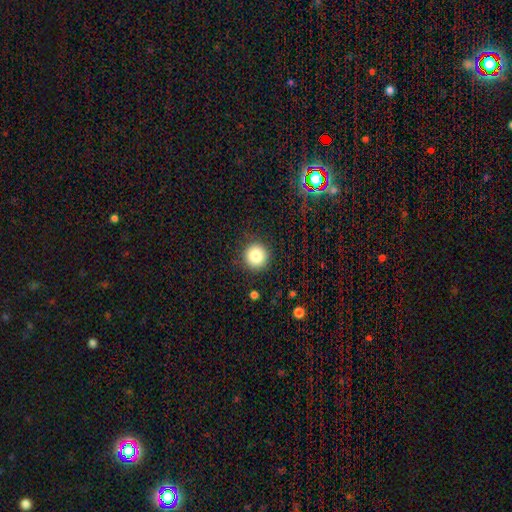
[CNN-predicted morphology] A smooth galaxy with no disk features (83%) that is round (95%). Merging: none (90%).